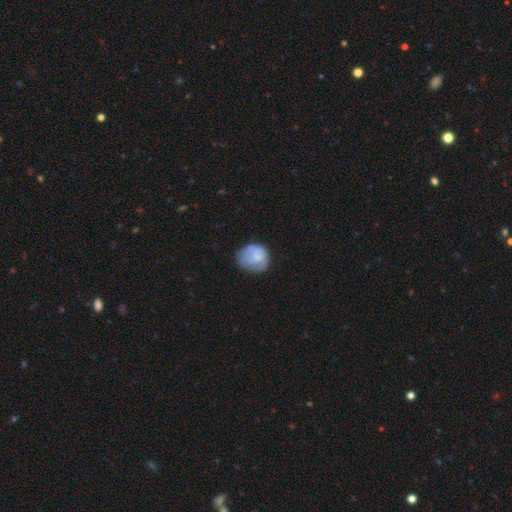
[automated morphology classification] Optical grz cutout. It shows a smooth galaxy with no disk features (62%) that is round (77%). Merging: none (57%).